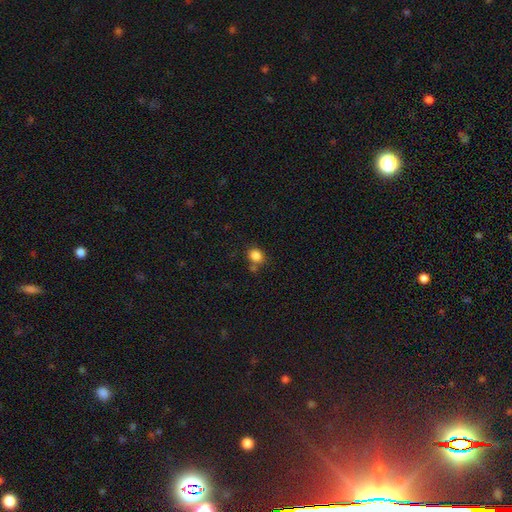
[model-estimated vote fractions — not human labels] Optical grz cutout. It shows a smooth galaxy with no disk features (85%) that is round (60%). Merging: none (67%).